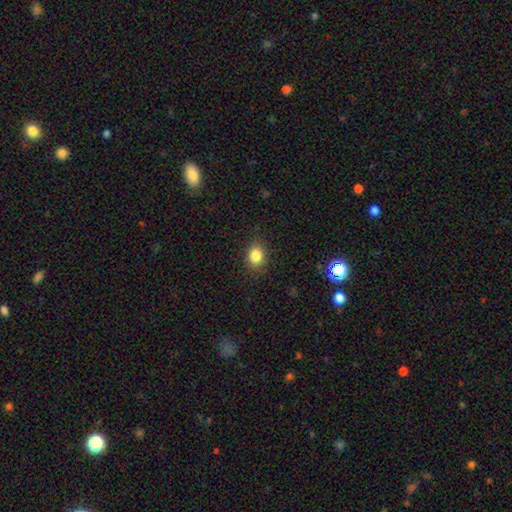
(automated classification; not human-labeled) smooth_or_featured: smooth (p=0.84) [alt: star or artifact p=0.10]
how_rounded: in between (p=0.52) [alt: round p=0.47]
merging: none (p=0.85) [alt: minor disturbance p=0.11]